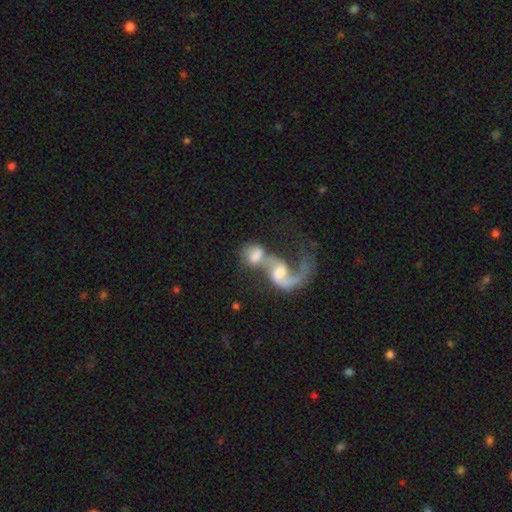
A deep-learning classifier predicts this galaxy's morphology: smooth_or_featured: featured or disk (p=0.61) [alt: smooth p=0.31]
disk_edge_on: no (p=0.96) [alt: yes p=0.04]
bar: no (p=0.43) [alt: weak p=0.42]
has_spiral_arms: yes (p=0.77) [alt: no p=0.23]
bulge_size: moderate (p=0.46) [alt: small p=0.23]
merging: merger (p=0.73) [alt: none p=0.12]